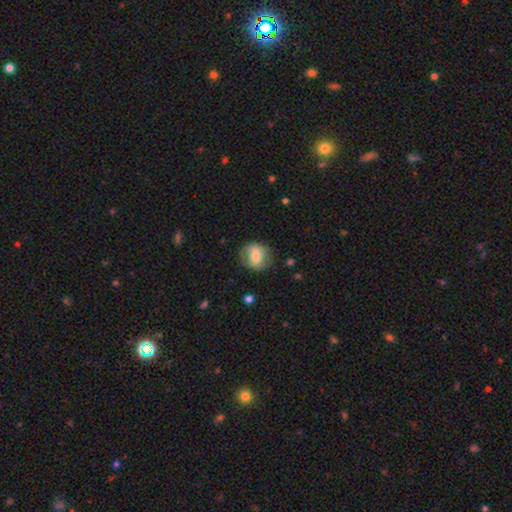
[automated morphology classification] The model was most divided on "smooth or featured": smooth: 60%, featured or disk: 33%, star or artifact: 7%. More confident: merging — none (75%); how rounded — round (63%).